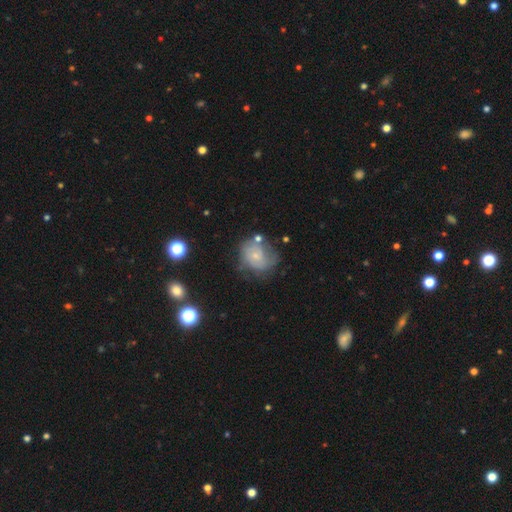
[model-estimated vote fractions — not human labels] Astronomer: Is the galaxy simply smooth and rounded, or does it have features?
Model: featured or disk — 54% (runner-up: smooth, 36%).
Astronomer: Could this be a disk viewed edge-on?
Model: no — 97%.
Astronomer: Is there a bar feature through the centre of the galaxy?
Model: no — 73%.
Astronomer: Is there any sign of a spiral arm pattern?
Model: yes — 74%.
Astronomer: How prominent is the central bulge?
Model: small — 73%.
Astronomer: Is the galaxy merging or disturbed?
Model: none — 49% (runner-up: minor disturbance, 27%).